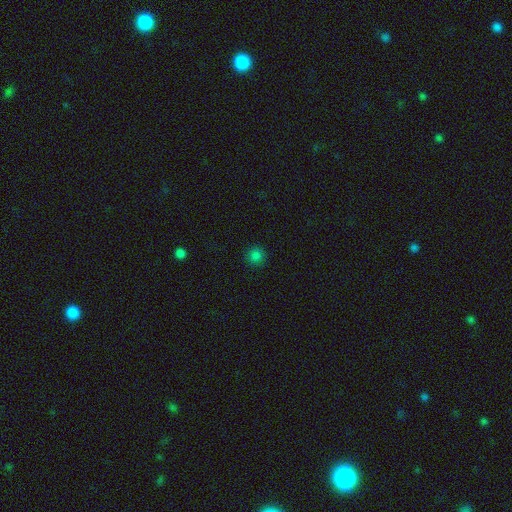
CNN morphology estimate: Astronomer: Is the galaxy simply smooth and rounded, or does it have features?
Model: smooth — 82%.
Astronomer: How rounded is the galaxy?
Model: round — 94%.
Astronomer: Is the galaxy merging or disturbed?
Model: none — 91%.